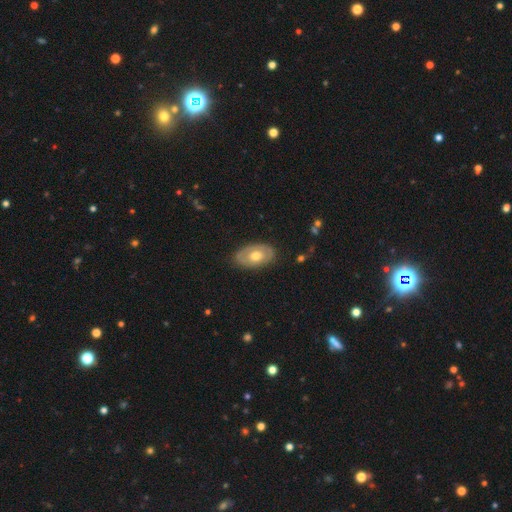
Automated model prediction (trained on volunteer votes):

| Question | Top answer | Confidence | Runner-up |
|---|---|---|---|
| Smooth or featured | featured or disk | 51% | smooth (43%) |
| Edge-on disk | no | 90% | yes (10%) |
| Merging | none | 82% | minor disturbance (14%) |